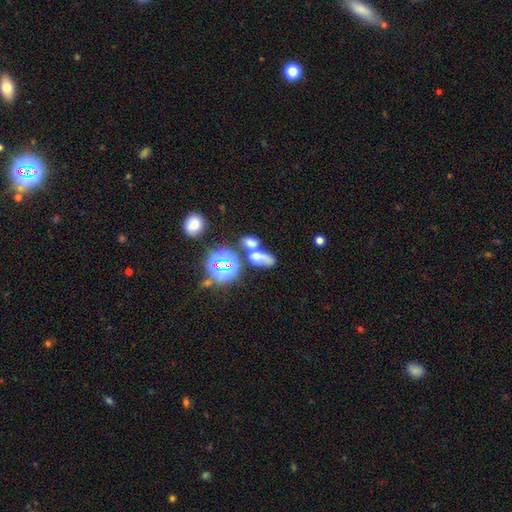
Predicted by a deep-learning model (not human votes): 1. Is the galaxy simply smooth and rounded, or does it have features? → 54% smooth, 29% star or artifact, 18% featured or disk.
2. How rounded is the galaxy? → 74% in between, 21% round, 5% cigar-shaped.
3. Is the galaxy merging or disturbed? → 48% merger, 32% none, 11% minor disturbance, 9% major disturbance.